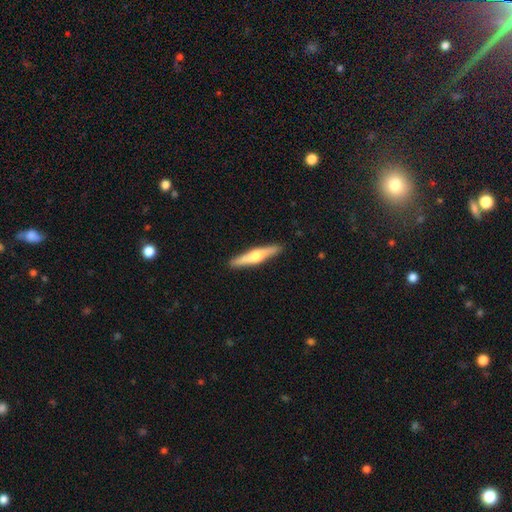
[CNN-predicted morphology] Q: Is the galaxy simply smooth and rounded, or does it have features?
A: featured or disk — 58%.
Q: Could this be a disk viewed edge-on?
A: yes — 96%.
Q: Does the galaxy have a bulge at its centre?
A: rounded — 91%.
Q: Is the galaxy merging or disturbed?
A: none — 90%.